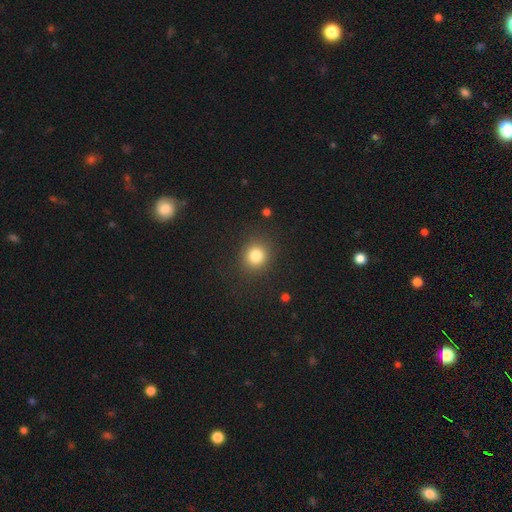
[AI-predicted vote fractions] This is clearly a smooth galaxy (82%). How rounded: clearly round (86%). Merging: clearly none (88%).